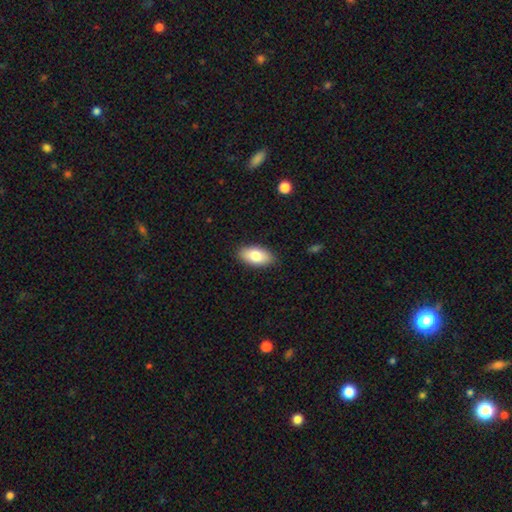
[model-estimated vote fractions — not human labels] A smooth galaxy with no disk features (80%) that is in between round and cigar-shaped (92%).

Vote fractions:
- Smooth or featured? smooth: 80% / featured or disk: 14% / star or artifact: 6%
- How rounded? in between: 92% / cigar-shaped: 4% / round: 3%
- Merging? none: 87% / minor disturbance: 10% / major disturbance: 2% / merger: 1%